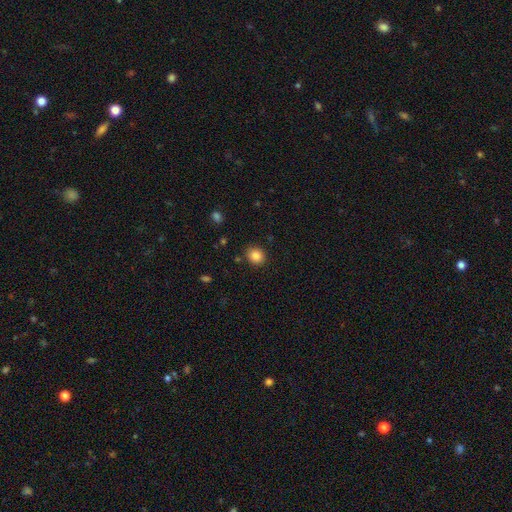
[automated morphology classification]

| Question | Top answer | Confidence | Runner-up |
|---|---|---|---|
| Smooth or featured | smooth | 86% | star or artifact (10%) |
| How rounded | round | 76% | in between (23%) |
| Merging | none | 86% | minor disturbance (9%) |